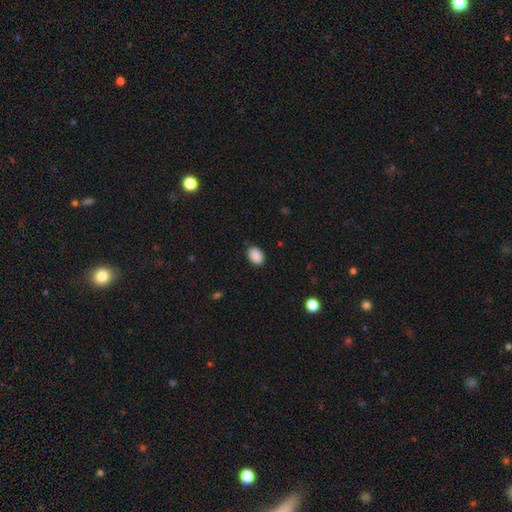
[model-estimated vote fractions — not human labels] Smooth or featured? Predicted: smooth (p=0.90). How rounded? Predicted: in between (p=0.85). Merging? Predicted: none (p=0.86).